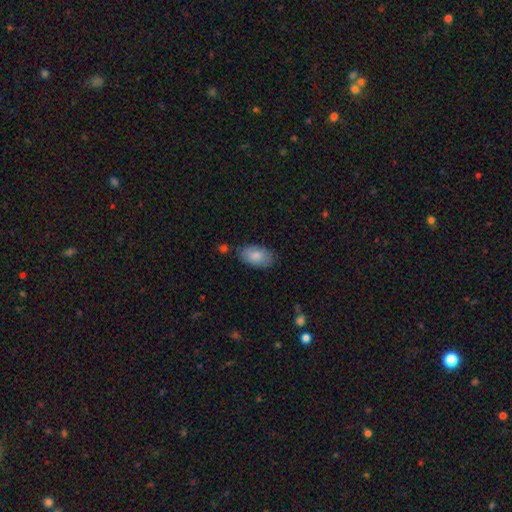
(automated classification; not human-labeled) Smooth or featured: smooth — 85% (featured or disk — 9%)
How rounded: in between — 94% (round — 4%)
Merging: none — 76% (minor disturbance — 17%)